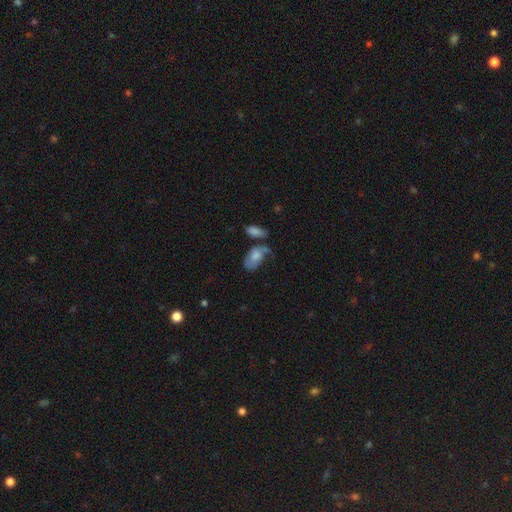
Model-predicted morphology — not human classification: This appears to be a smooth galaxy with no disk features (67%) that is in between round and cigar-shaped (92%). Merging: none (35%).